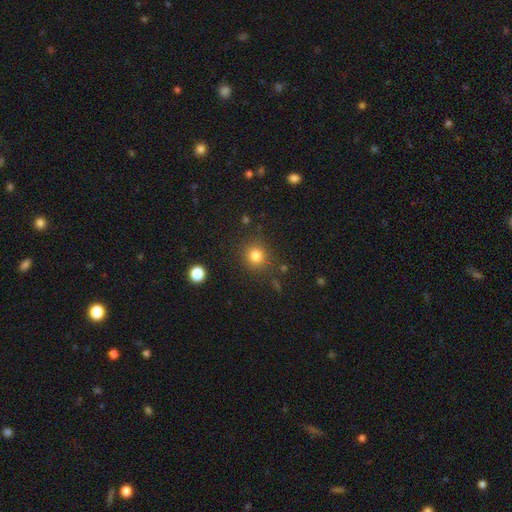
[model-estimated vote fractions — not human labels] A smooth galaxy with no disk features (82%) that is round (90%).

Vote fractions:
- Smooth or featured? smooth: 82% / star or artifact: 13% / featured or disk: 5%
- How rounded? round: 90% / in between: 9% / cigar-shaped: 1%
- Merging? none: 85% / minor disturbance: 9% / major disturbance: 4% / merger: 3%